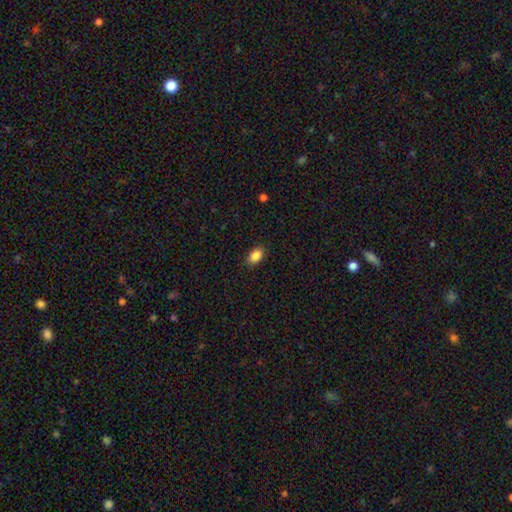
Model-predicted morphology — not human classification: Smooth or featured?
  - smooth: 87% *
  - star or artifact: 8%
  - featured or disk: 5%
How rounded?
  - in between: 89% *
  - round: 9%
  - cigar-shaped: 2%
Merging?
  - none: 88% *
  - minor disturbance: 9%
  - major disturbance: 2%
  - merger: 1%